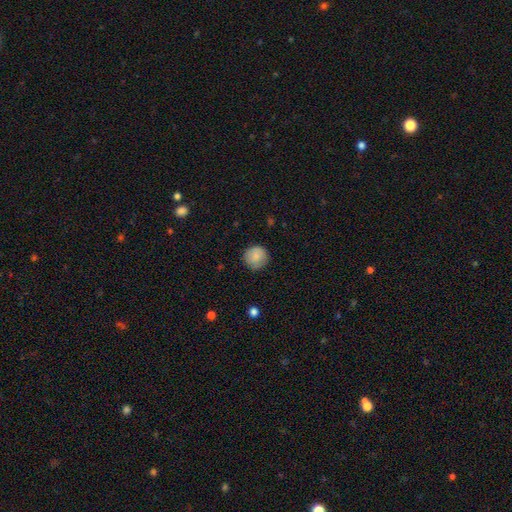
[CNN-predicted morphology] This appears to be a smooth galaxy with no disk features (83%) that is round (93%). Merging: none (84%).